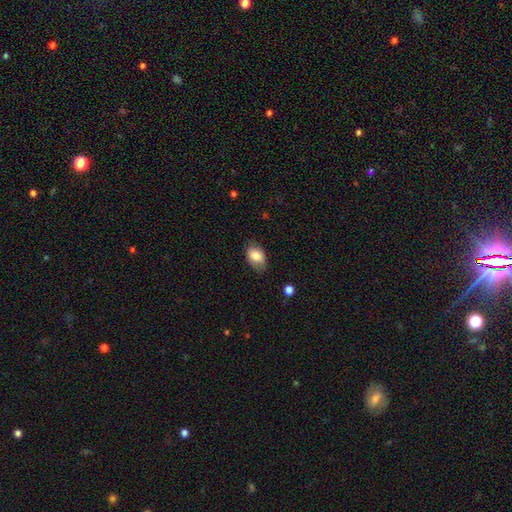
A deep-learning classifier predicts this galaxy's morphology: The model was most divided on "merging": none: 77%, minor disturbance: 17%, major disturbance: 4%, merger: 1%. More confident: how rounded — in between (85%); smooth or featured — smooth (82%).